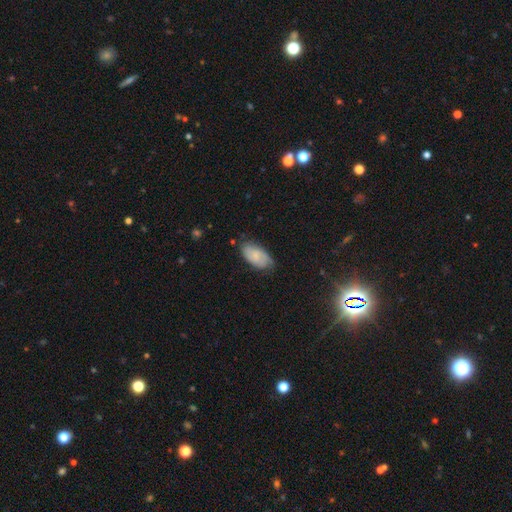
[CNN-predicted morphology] smooth-or-featured: smooth: 70% | featured or disk: 23% | star or artifact: 7%
  how-rounded: in between: 94% | cigar-shaped: 3% | round: 2%
  merging: none: 68% | minor disturbance: 26% | major disturbance: 5% | merger: 2%